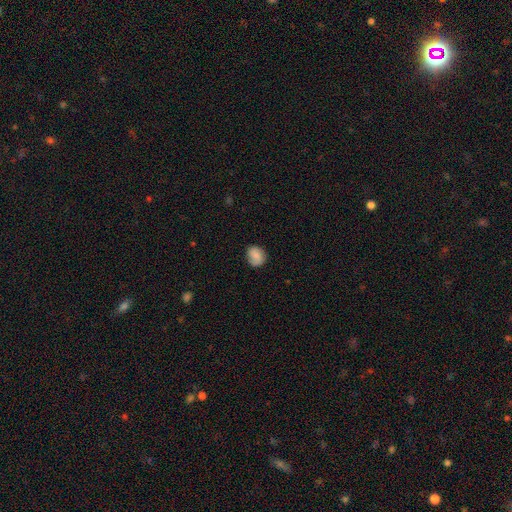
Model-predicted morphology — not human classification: Q: Smooth or featured?
A: smooth (72%); runner-up: featured or disk (19%)
Q: How rounded?
A: round (64%); runner-up: in between (35%)
Q: Merging?
A: none (75%); runner-up: minor disturbance (19%)